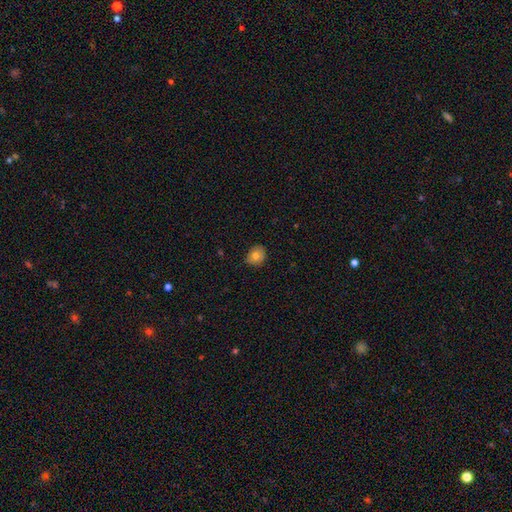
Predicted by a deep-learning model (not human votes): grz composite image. It shows a smooth galaxy with no disk features (75%) that is round (63%). Merging: none (76%).